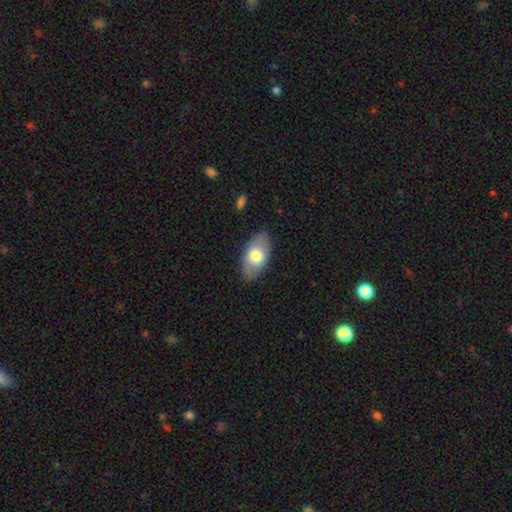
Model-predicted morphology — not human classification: This appears to be a smooth galaxy with no disk features (68%) that is in between round and cigar-shaped (93%). Merging: none (83%).